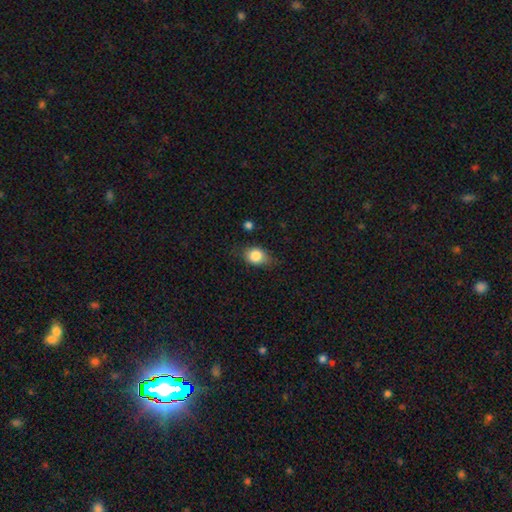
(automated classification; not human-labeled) A smooth galaxy with no disk features (81%) that is in between round and cigar-shaped (55%).

Vote fractions:
- Smooth or featured? smooth: 81% / featured or disk: 10% / star or artifact: 9%
- How rounded? in between: 55% / round: 43% / cigar-shaped: 2%
- Merging? none: 67% / minor disturbance: 24% / major disturbance: 6% / merger: 2%